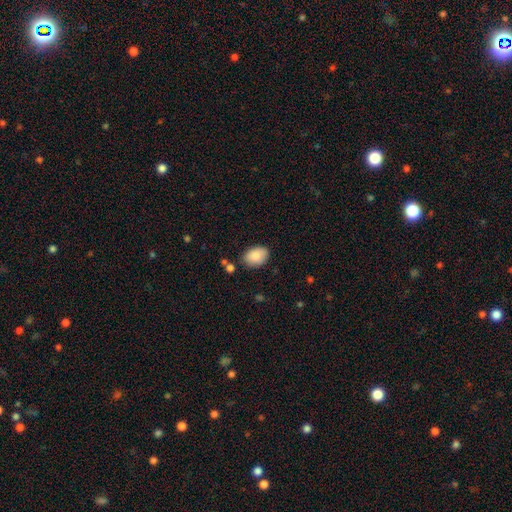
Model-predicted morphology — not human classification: type=smooth (88%); roundness=in between (85%); merging=none (79%).